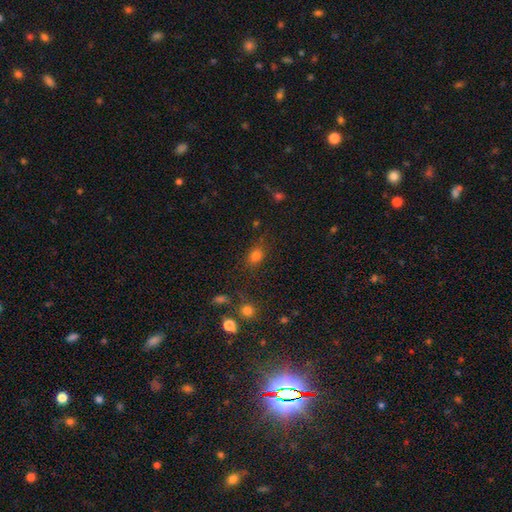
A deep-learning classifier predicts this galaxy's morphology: This appears to be a smooth galaxy with no disk features (76%) that is in between round and cigar-shaped (57%). Merging: none (77%).